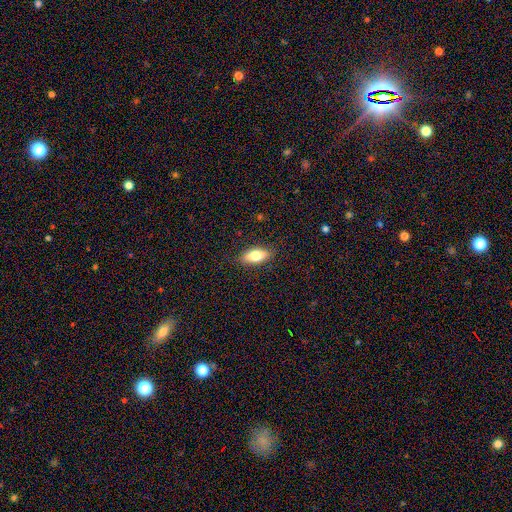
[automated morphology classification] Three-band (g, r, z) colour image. It shows a smooth galaxy with no disk features (73%) that is in between round and cigar-shaped (79%). Merging: none (87%).